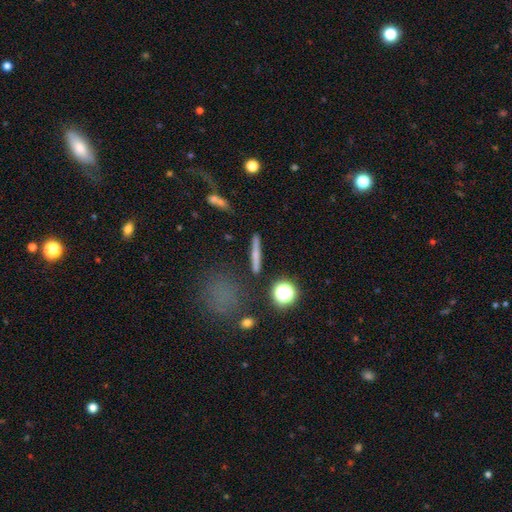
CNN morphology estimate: type=smooth (54%); roundness=cigar-shaped (81%); merging=none (86%).